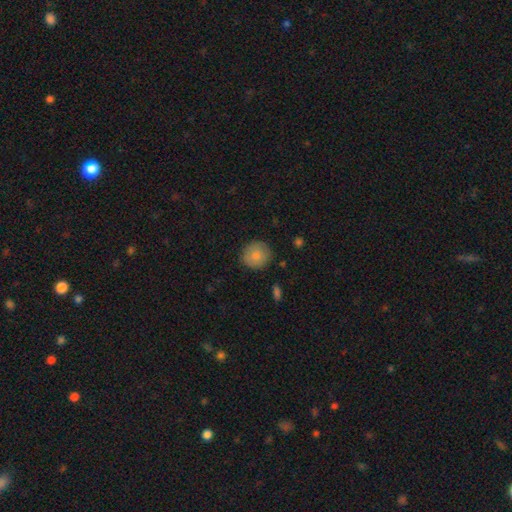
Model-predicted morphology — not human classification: This appears to be a smooth galaxy with no disk features (82%) that is round (90%). Merging: none (85%).